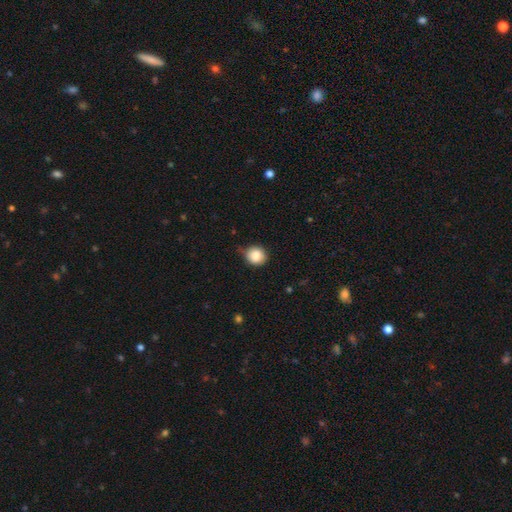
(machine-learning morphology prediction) Smooth or featured? Predicted: smooth (p=0.85). How rounded? Predicted: round (p=0.85). Merging? Predicted: none (p=0.72).